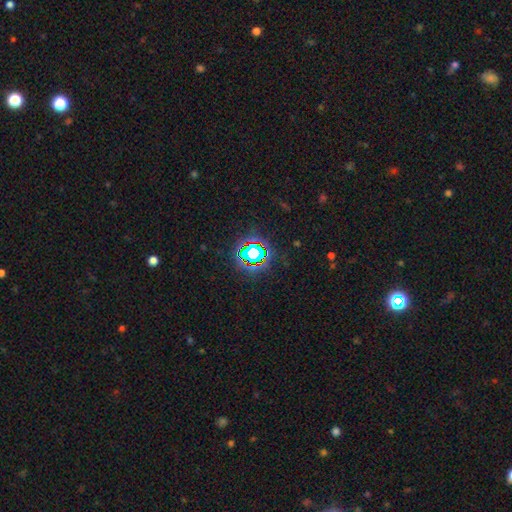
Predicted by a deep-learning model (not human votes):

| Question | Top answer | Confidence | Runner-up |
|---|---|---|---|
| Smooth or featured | star or artifact | 70% | smooth (18%) |